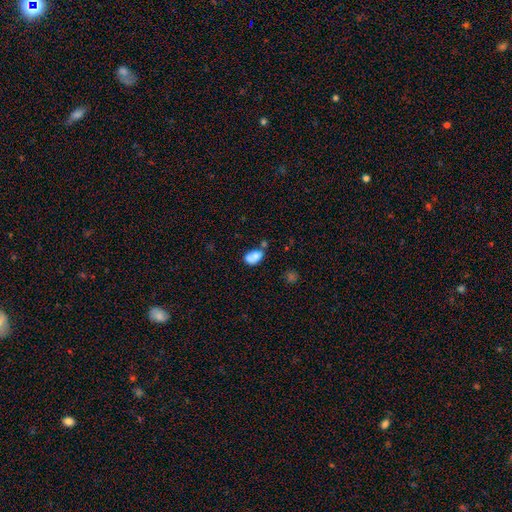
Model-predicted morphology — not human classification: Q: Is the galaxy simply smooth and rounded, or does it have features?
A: smooth — 75%.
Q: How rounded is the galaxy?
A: in between — 84%.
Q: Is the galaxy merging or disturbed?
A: none — 37%.